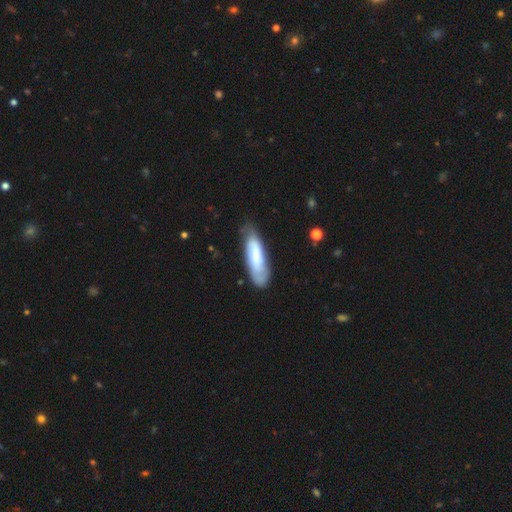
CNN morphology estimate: The model was most divided on "how rounded": cigar-shaped: 55%, in between: 43%, round: 1%. More confident: merging — none (66%); smooth or featured — smooth (56%).